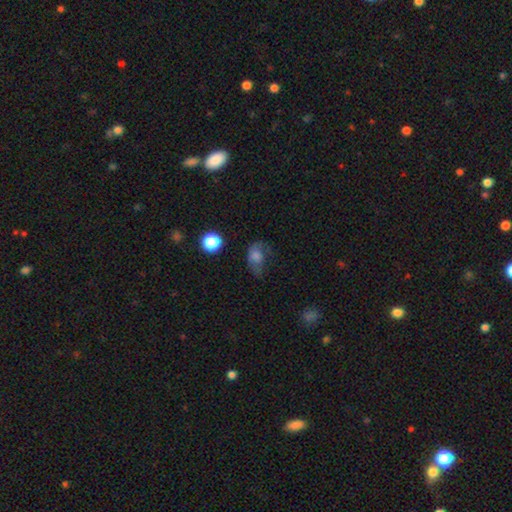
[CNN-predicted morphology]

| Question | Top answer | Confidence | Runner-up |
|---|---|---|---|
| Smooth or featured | smooth | 65% | featured or disk (21%) |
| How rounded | in between | 73% | round (25%) |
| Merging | none | 38% | minor disturbance (30%) |